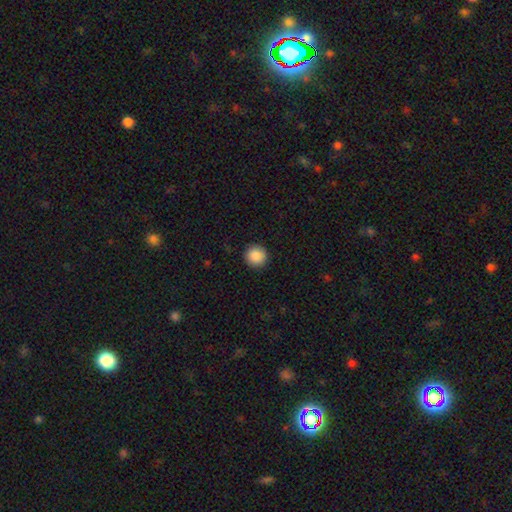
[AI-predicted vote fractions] This appears to be a smooth galaxy with no disk features (88%) that is round (95%). Merging: none (93%).